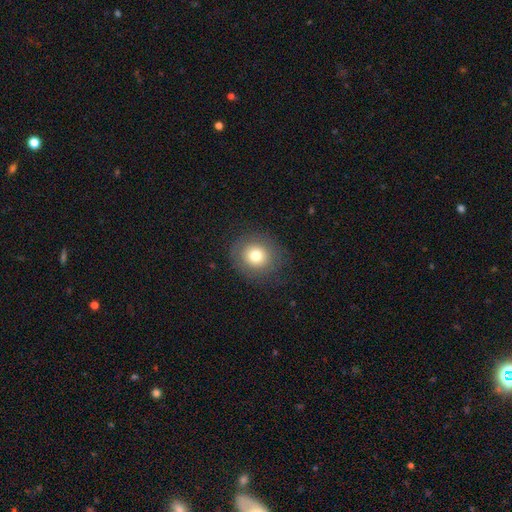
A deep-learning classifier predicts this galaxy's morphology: smooth 74%, featured or disk 14%, star or artifact 11%. Down the decision tree: how rounded — round (88%); merging — none (85%).